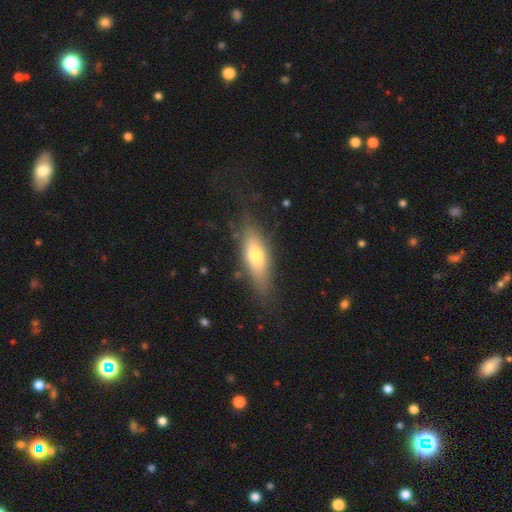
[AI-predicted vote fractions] This is likely a smooth galaxy (64%). How rounded: possibly in between (60%). Merging: likely none (78%).